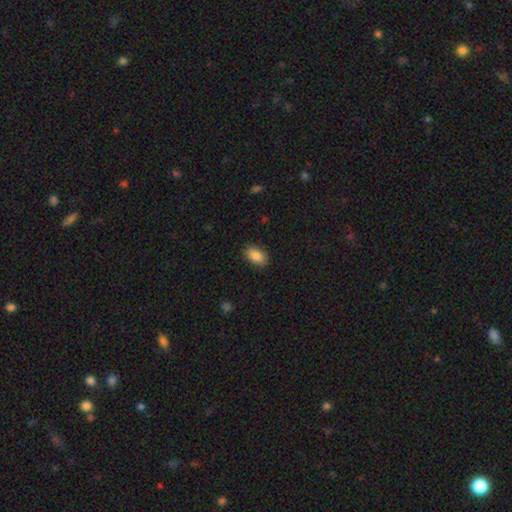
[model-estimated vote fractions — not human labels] Overall: smooth (87%). How rounded: in between (91%). Merging: none (88%).